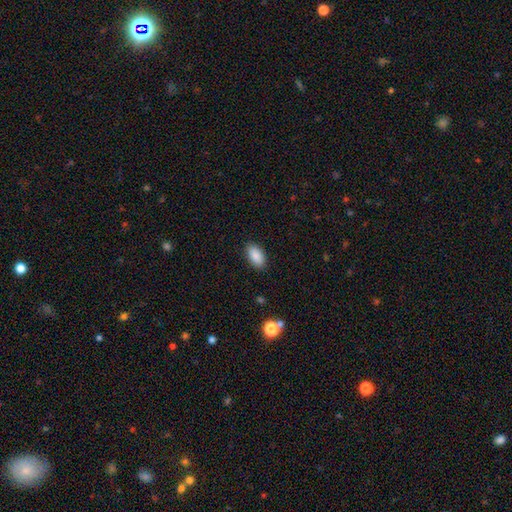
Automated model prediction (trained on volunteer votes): smooth-or-featured: smooth: 89% | star or artifact: 7% | featured or disk: 4%
  how-rounded: in between: 94% | round: 3% | cigar-shaped: 3%
  merging: none: 89% | minor disturbance: 8% | major disturbance: 2% | merger: 1%